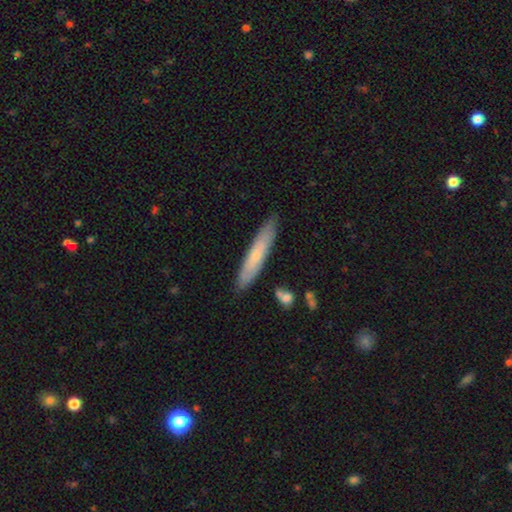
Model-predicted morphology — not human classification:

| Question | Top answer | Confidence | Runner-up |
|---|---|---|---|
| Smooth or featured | smooth | 66% | featured or disk (28%) |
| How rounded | cigar-shaped | 90% | in between (8%) |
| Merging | none | 86% | minor disturbance (10%) |